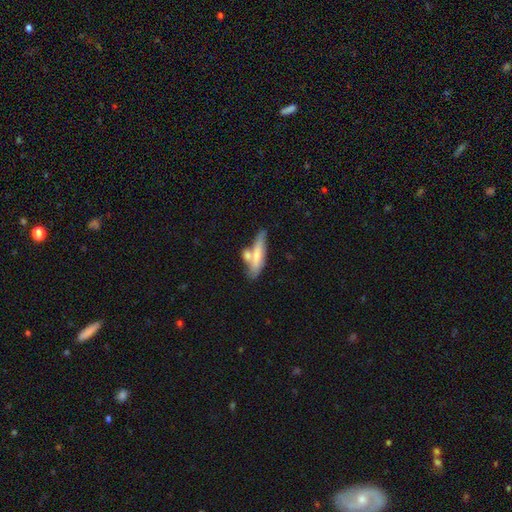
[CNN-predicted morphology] smooth_or_featured: smooth (p=0.63) [alt: featured or disk p=0.31]
how_rounded: cigar-shaped (p=0.68) [alt: in between p=0.29]
merging: none (p=0.45) [alt: merger p=0.35]